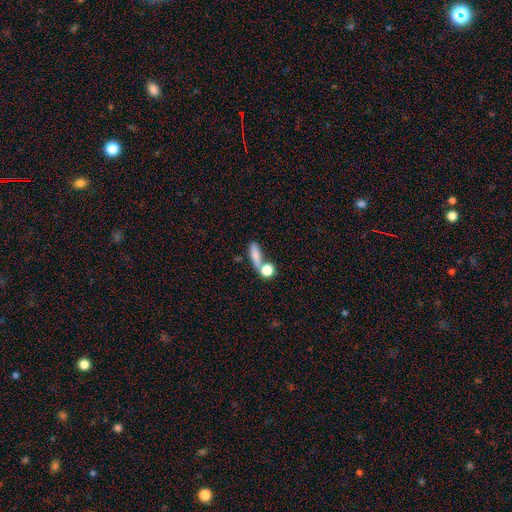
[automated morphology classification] The model was most divided on "how rounded": in between: 44%, cigar-shaped: 41%, round: 15%. Remaining: smooth or featured — smooth (77%); merging — none (45%).